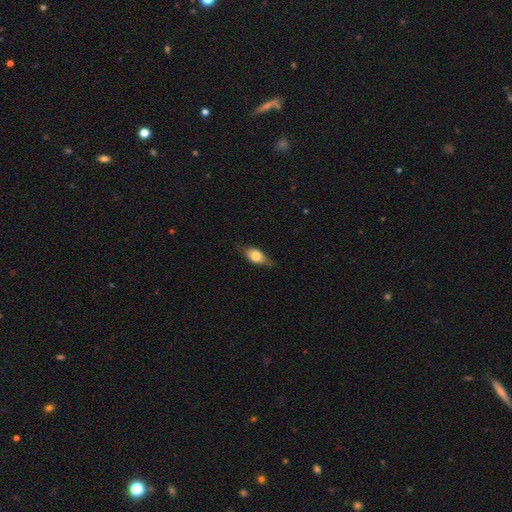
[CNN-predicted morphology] Smooth or featured? Predicted: smooth (p=0.64). How rounded? Predicted: in between (p=0.78). Merging? Predicted: none (p=0.72).